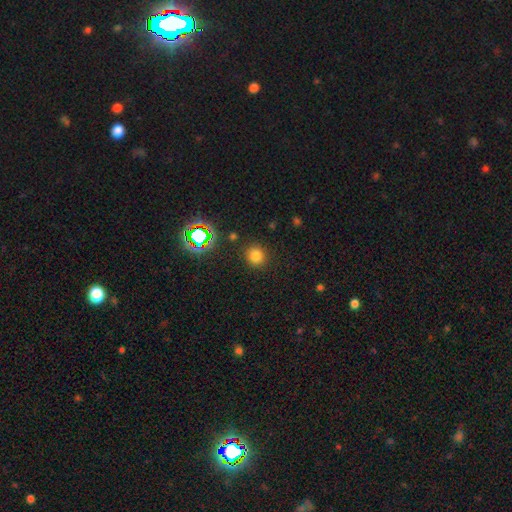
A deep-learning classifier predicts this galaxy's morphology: smooth-or-featured: smooth: 75% | star or artifact: 19% | featured or disk: 6%
  how-rounded: round: 89% | in between: 10% | cigar-shaped: 1%
  merging: none: 88% | minor disturbance: 7% | major disturbance: 3% | merger: 2%